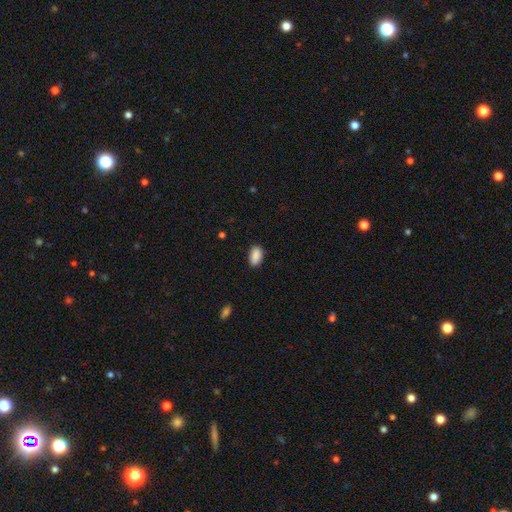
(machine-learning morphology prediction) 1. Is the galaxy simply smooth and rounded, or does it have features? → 90% smooth, 7% star or artifact, 3% featured or disk.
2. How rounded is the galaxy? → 92% in between, 5% round, 2% cigar-shaped.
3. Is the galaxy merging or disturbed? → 87% none, 10% minor disturbance, 2% major disturbance, 1% merger.